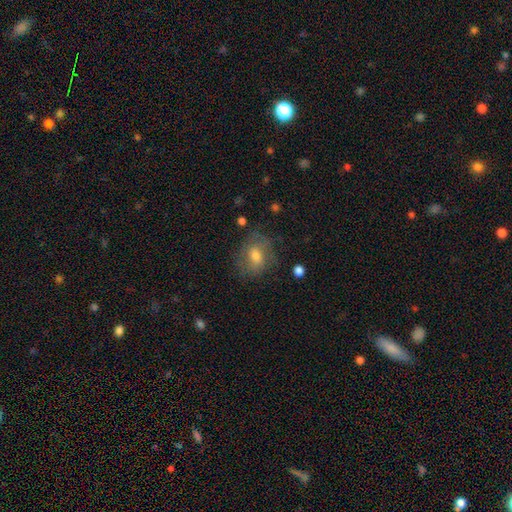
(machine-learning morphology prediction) This is possibly a smooth galaxy (55%). How rounded: possibly in between (52%). Merging: likely none (69%).